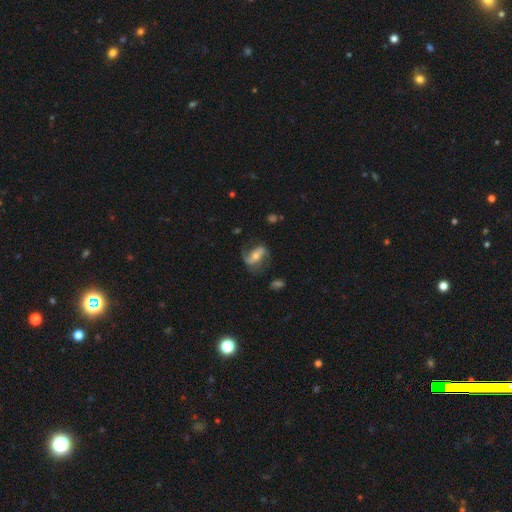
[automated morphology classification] A featured or disk galaxy (77%) with a strong bar (40%), 2 (85%) loose (54%) spiral arms (91%) and a moderate central bulge (55%).

Vote fractions:
- Smooth or featured? featured or disk: 77% / smooth: 15% / star or artifact: 7%
- Edge-on disk? no: 95% / yes: 5%
- Bar? strong: 40% / weak: 31% / no: 29%
- Spiral arms? yes: 91% / no: 9%
- Spiral winding? loose: 54% / medium: 34% / tight: 12%
- Spiral arm count? 2: 85% / 1: 7% / can't tell: 5% / 3: 1% / 4: 1% / more than 4: 1%
- Bulge size? moderate: 55% / small: 38% / large: 4% / none: 2% / dominant: 1%
- Merging? none: 67% / minor disturbance: 18% / major disturbance: 13% / merger: 2%